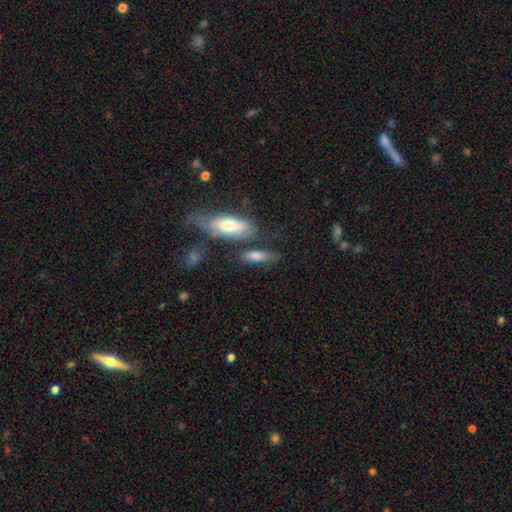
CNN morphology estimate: Smooth or featured?
  - smooth: 72% *
  - featured or disk: 20%
  - star or artifact: 8%
How rounded?
  - in between: 54% *
  - cigar-shaped: 42%
  - round: 4%
Merging?
  - none: 55% *
  - minor disturbance: 20%
  - merger: 15%
  - major disturbance: 9%